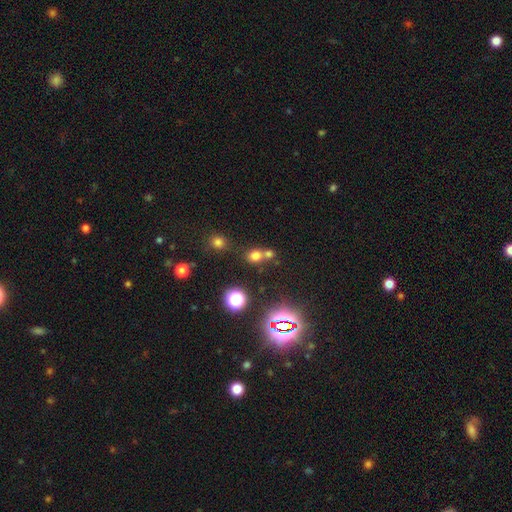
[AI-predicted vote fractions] A smooth galaxy with no disk features (67%) that is round (67%).

Vote fractions:
- Smooth or featured? smooth: 67% / star or artifact: 24% / featured or disk: 9%
- How rounded? round: 67% / in between: 31% / cigar-shaped: 1%
- Merging? none: 48% / merger: 40% / minor disturbance: 8% / major disturbance: 4%